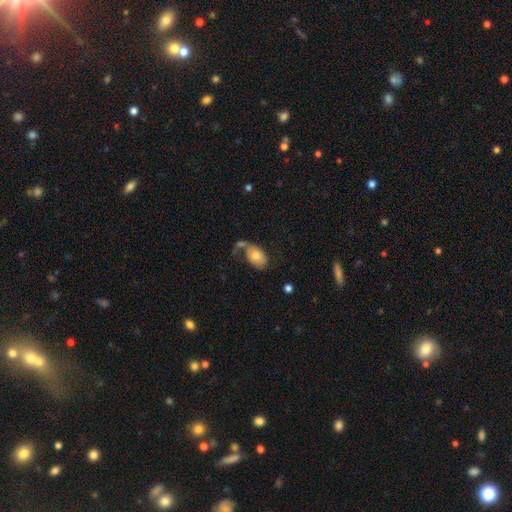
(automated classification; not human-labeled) Smooth or featured? smooth (70%)
How rounded? in between (89%)
Merging? none (36%)